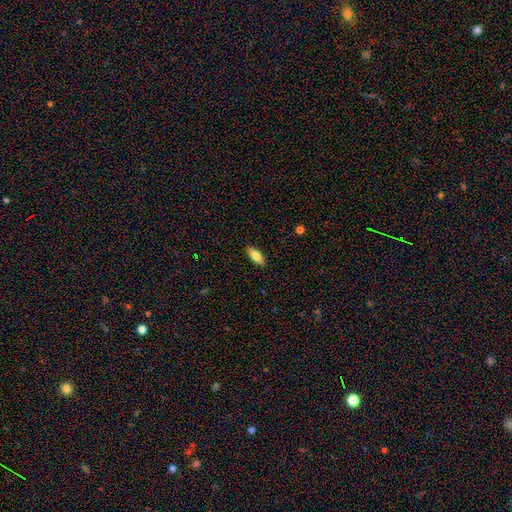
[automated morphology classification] This is likely a smooth galaxy (74%). How rounded: likely in between (77%). Merging: clearly none (88%).